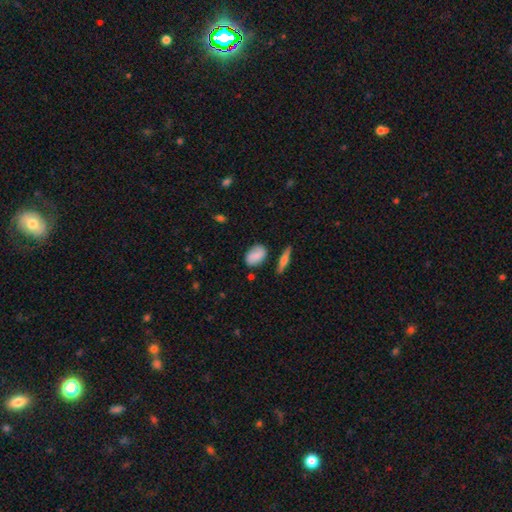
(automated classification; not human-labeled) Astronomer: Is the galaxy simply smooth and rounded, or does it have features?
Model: smooth — 71%.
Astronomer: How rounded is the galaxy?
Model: in between — 81%.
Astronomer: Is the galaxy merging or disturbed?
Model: none — 70%.